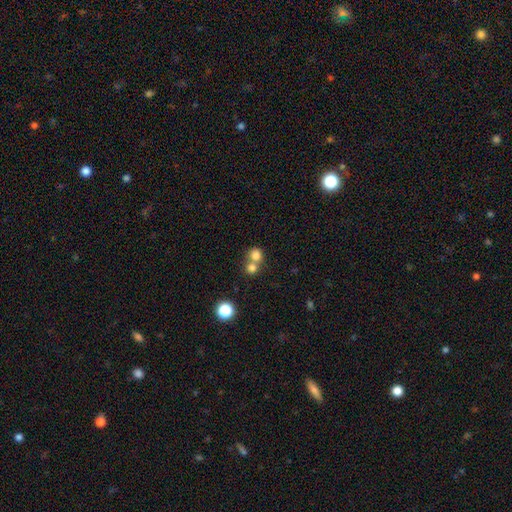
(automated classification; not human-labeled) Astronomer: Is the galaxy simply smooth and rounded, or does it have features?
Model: smooth — 78%.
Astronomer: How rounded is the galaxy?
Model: round — 84%.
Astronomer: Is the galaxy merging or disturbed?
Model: merger — 52% (runner-up: none, 41%).